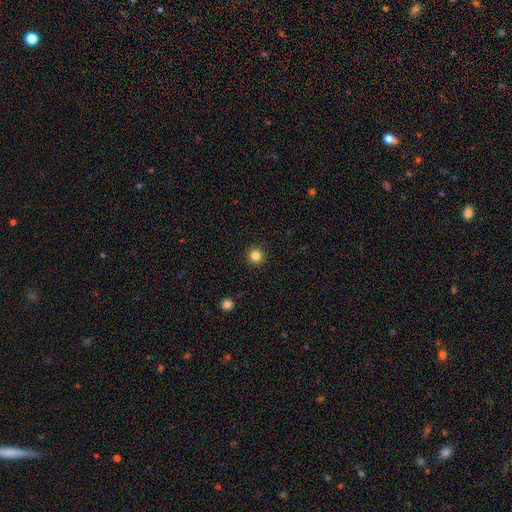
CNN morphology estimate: A smooth galaxy with no disk features (84%) that is round (96%).

Vote fractions:
- Smooth or featured? smooth: 84% / star or artifact: 12% / featured or disk: 4%
- How rounded? round: 96% / in between: 3% / cigar-shaped: 1%
- Merging? none: 93% / minor disturbance: 5% / major disturbance: 2% / merger: 1%